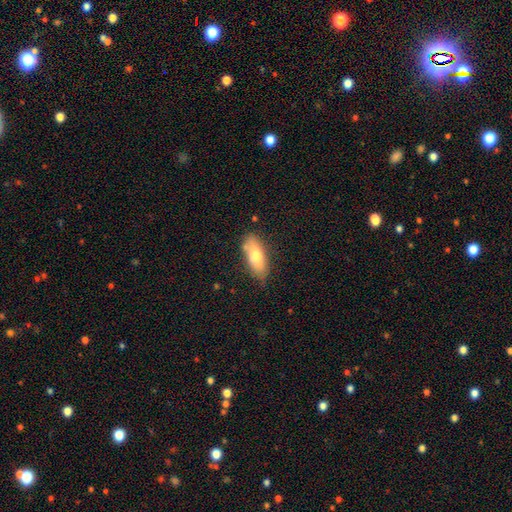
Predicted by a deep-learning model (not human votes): smooth_or_featured: smooth (p=0.74) [alt: featured or disk p=0.19]
how_rounded: in between (p=0.75) [alt: cigar-shaped p=0.23]
merging: none (p=0.70) [alt: minor disturbance p=0.22]